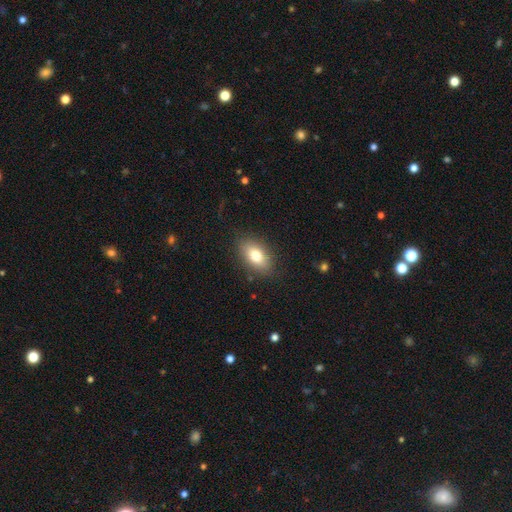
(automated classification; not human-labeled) Morphology: type=smooth (77%); roundness=in between (88%); merging=none (85%).